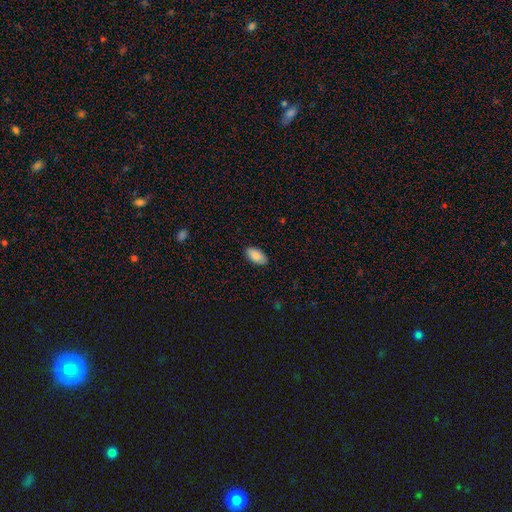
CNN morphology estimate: The model was most divided on "smooth or featured": smooth: 85%, featured or disk: 8%, star or artifact: 6%. More confident: how rounded — in between (95%); merging — none (89%).